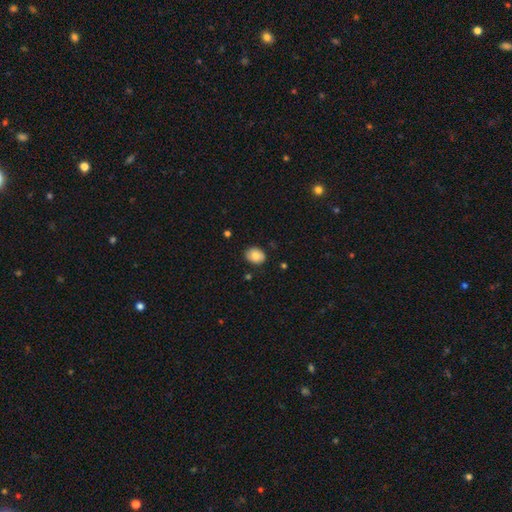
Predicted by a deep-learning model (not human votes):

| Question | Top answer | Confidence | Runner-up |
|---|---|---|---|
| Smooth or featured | smooth | 85% | star or artifact (8%) |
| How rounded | in between | 59% | round (40%) |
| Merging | none | 84% | minor disturbance (13%) |